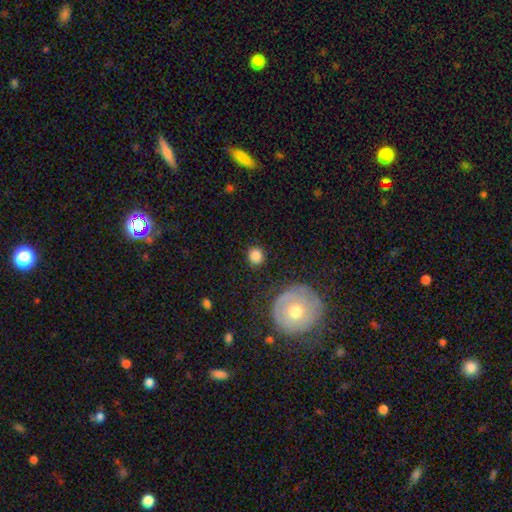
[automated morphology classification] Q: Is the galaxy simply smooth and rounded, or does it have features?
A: smooth — 83%.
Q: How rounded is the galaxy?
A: round — 88%.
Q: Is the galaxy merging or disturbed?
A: none — 86%.